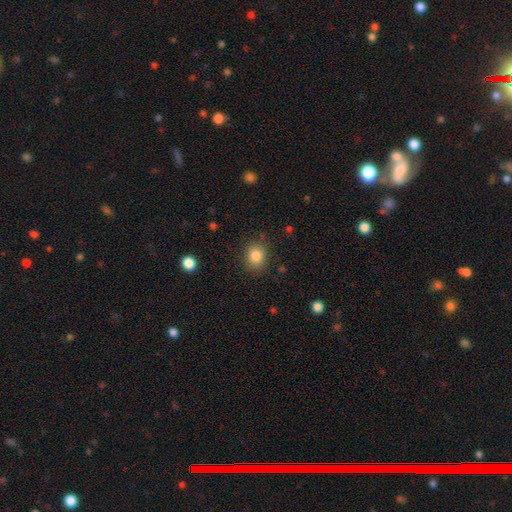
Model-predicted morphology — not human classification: smooth-or-featured: smooth: 84% | star or artifact: 10% | featured or disk: 6%
  how-rounded: round: 62% | in between: 37% | cigar-shaped: 1%
  merging: none: 83% | minor disturbance: 12% | major disturbance: 4% | merger: 2%